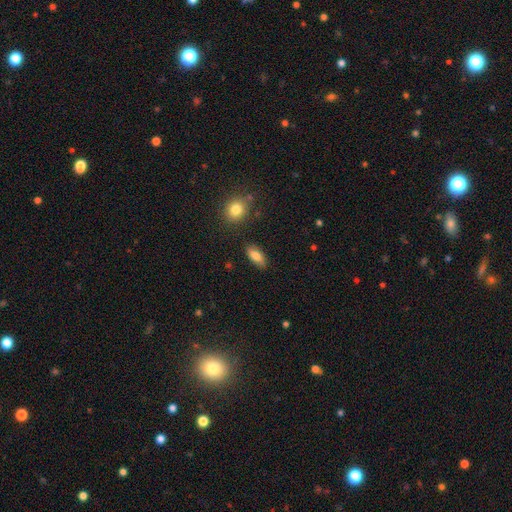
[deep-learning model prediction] Morphology: type=smooth (79%); roundness=in between (82%); merging=none (84%).